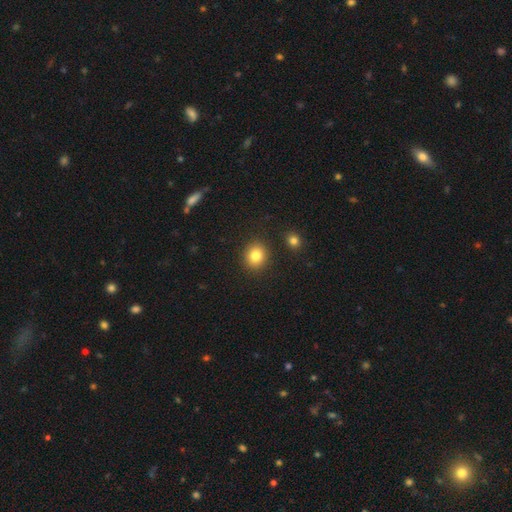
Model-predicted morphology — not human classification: Q: Smooth or featured?
A: smooth (83%); runner-up: star or artifact (10%)
Q: How rounded?
A: round (77%); runner-up: in between (22%)
Q: Merging?
A: none (88%); runner-up: minor disturbance (7%)